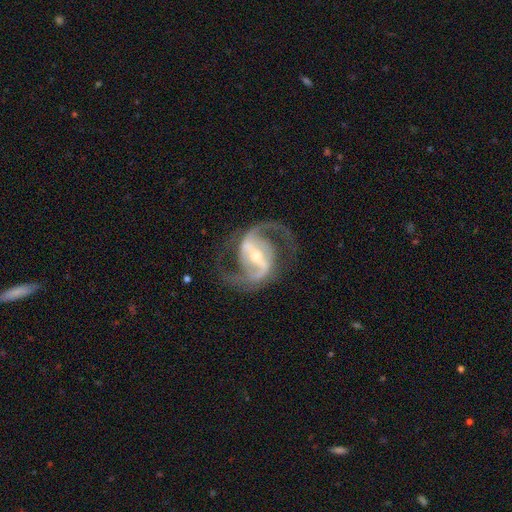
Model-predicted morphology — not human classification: Overall: featured or disk (93%). Edge-on disk: no (97%). Bar: strong (64%; weak 28%). Spiral arms: yes (98%). Spiral arm count: 2 (94%). Spiral winding: medium (61%; loose 26%). Bulge size: small (51%; moderate 43%). Merging: none (79%).